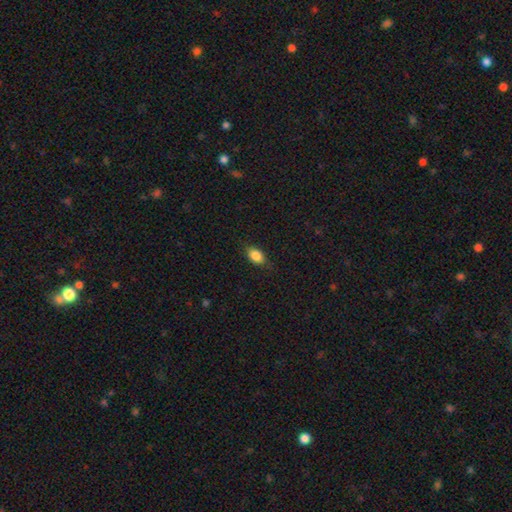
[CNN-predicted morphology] The model was most divided on "merging": none: 81%, minor disturbance: 14%, major disturbance: 3%, merger: 1%. More confident: smooth or featured — smooth (85%); how rounded — in between (84%).